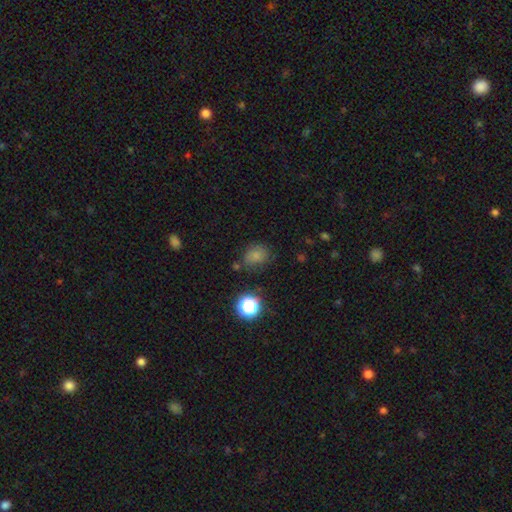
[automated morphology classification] Smooth or featured?
  - smooth: 72% *
  - star or artifact: 19%
  - featured or disk: 8%
How rounded?
  - round: 57% *
  - in between: 42%
  - cigar-shaped: 1%
Merging?
  - none: 67% *
  - minor disturbance: 21%
  - major disturbance: 7%
  - merger: 6%